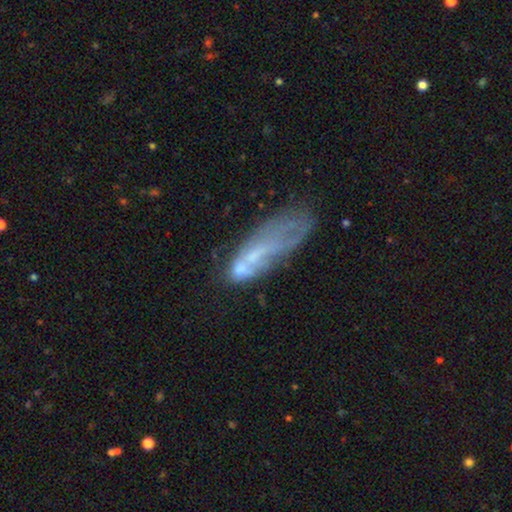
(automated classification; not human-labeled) Morphology: type=featured or disk (47%); merging=none (39%).